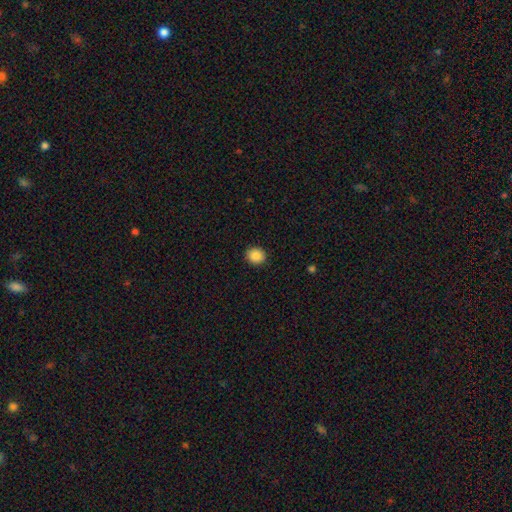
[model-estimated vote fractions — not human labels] Smooth or featured? Predicted: smooth (p=0.87). How rounded? Predicted: round (p=0.82). Merging? Predicted: none (p=0.92).